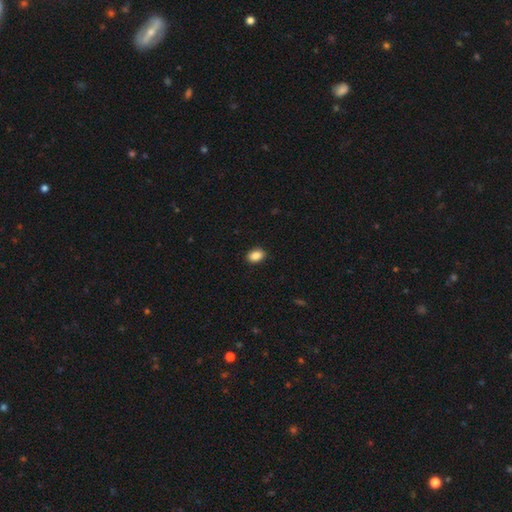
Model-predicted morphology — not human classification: smooth_or_featured: smooth (p=0.88) [alt: star or artifact p=0.08]
how_rounded: in between (p=0.79) [alt: round p=0.20]
merging: none (p=0.90) [alt: minor disturbance p=0.07]